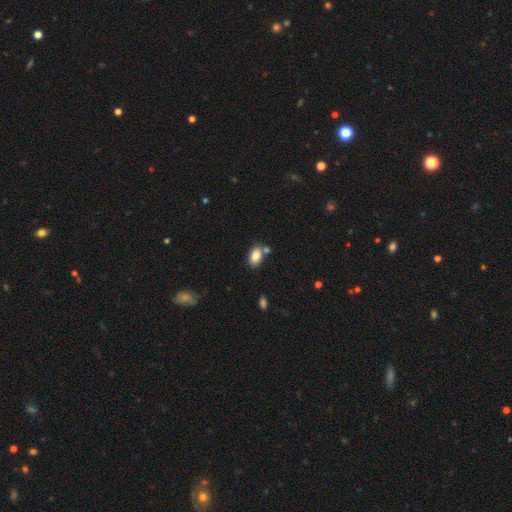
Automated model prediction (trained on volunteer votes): Smooth or featured? smooth (83%)
How rounded? in between (90%)
Merging? none (66%)